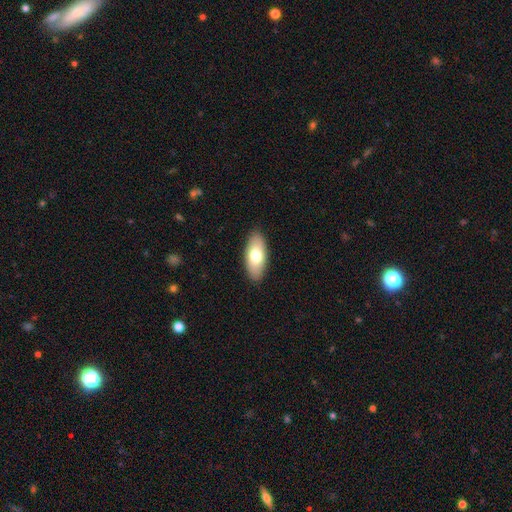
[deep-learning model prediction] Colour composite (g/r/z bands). It shows a smooth galaxy with no disk features (73%) that is in between round and cigar-shaped (89%). Merging: none (89%).